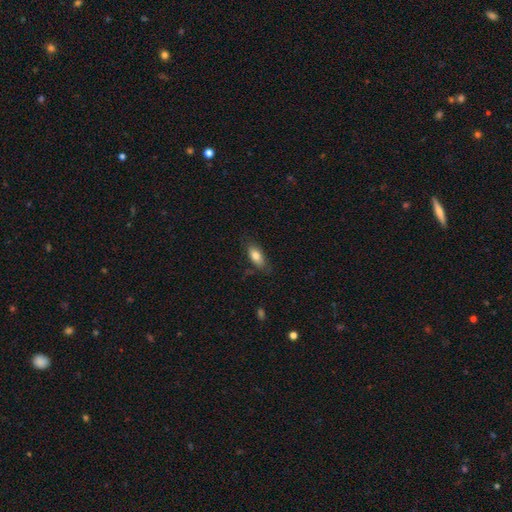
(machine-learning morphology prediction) A smooth galaxy with no disk features (78%) that is in between round and cigar-shaped (85%). Merging: none (74%).